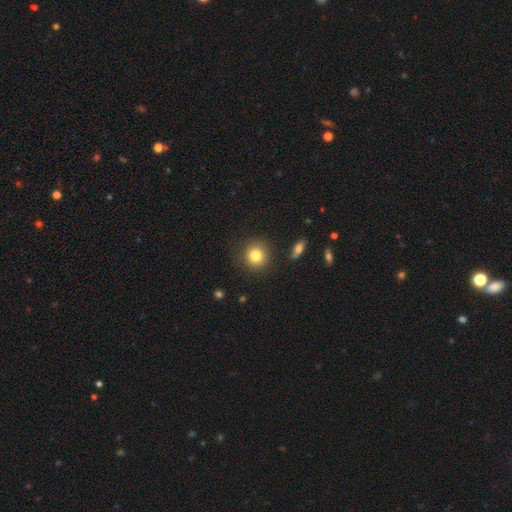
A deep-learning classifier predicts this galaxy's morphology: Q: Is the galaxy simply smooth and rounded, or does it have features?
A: smooth — 83%.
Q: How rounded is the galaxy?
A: round — 89%.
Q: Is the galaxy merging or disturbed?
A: none — 87%.